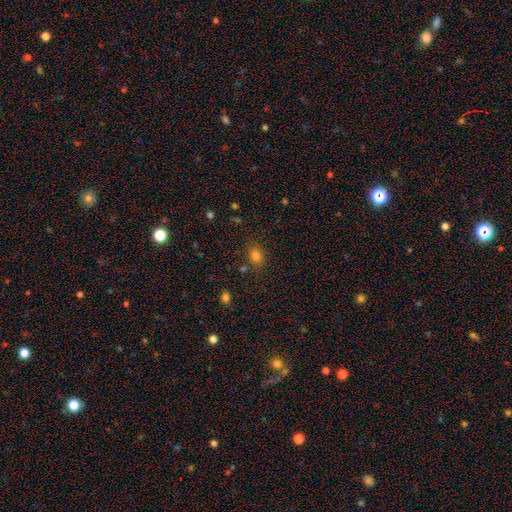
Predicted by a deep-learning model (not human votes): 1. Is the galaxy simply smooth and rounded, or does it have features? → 77% smooth, 17% star or artifact, 6% featured or disk.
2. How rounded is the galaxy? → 51% in between, 48% round, 1% cigar-shaped.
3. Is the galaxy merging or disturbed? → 78% none, 13% minor disturbance, 4% merger, 4% major disturbance.